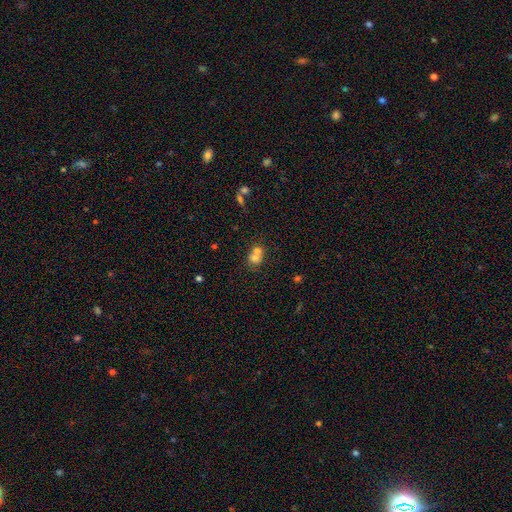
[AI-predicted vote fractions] Morphology: type=smooth (69%); roundness=round (70%); merging=merger (64%).